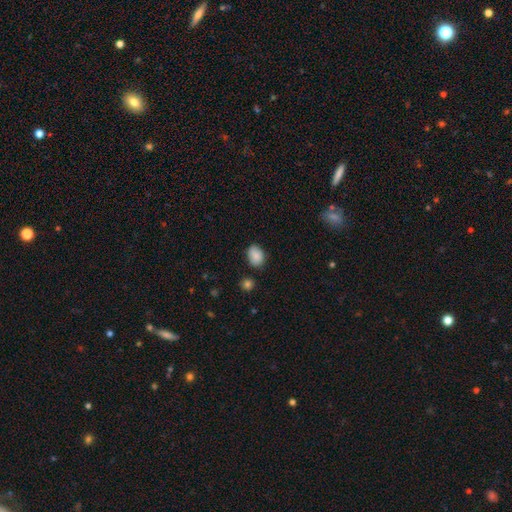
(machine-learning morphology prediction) The model was most divided on "how rounded": in between: 61%, round: 38%, cigar-shaped: 1%. More confident: smooth or featured — smooth (85%); merging — none (71%).